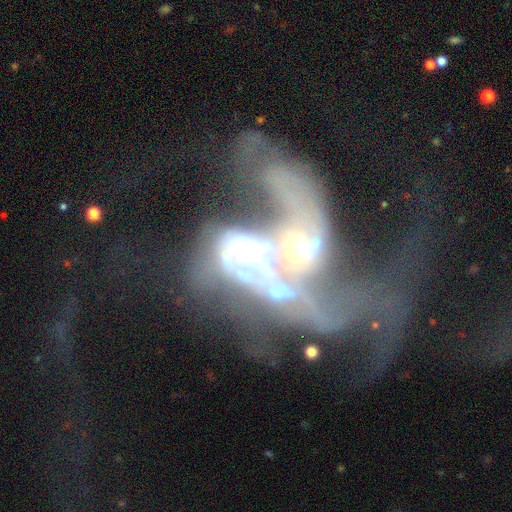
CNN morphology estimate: type=featured or disk (79%); edge-on=no (96%); bar=no (62%); spiral arms=yes (67%); winding=loose (65%); arm count=2 (38%); bulge=moderate (49%); merging=merger (70%).